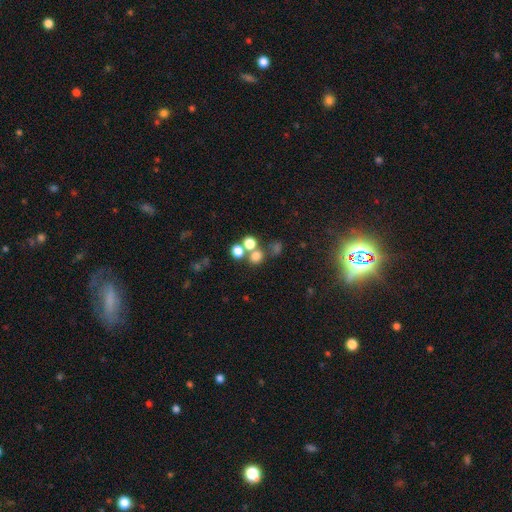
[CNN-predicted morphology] smooth-or-featured: smooth: 69% | star or artifact: 21% | featured or disk: 10%
  how-rounded: round: 82% | in between: 16% | cigar-shaped: 1%
  merging: none: 56% | merger: 32% | minor disturbance: 7% | major disturbance: 4%